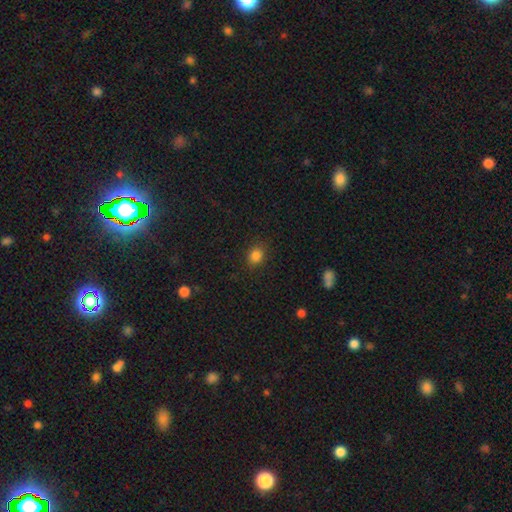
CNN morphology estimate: The model was most divided on "how rounded": round: 57%, in between: 42%, cigar-shaped: 1%. More confident: merging — none (86%); smooth or featured — smooth (83%).